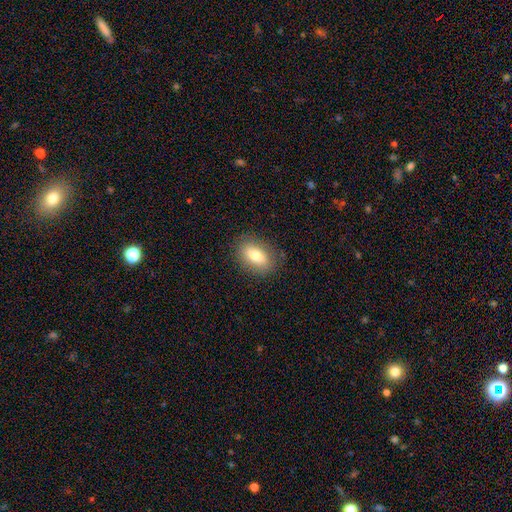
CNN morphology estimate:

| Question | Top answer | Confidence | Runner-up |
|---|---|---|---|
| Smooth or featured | smooth | 74% | featured or disk (18%) |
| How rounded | in between | 85% | round (12%) |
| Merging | none | 84% | minor disturbance (11%) |